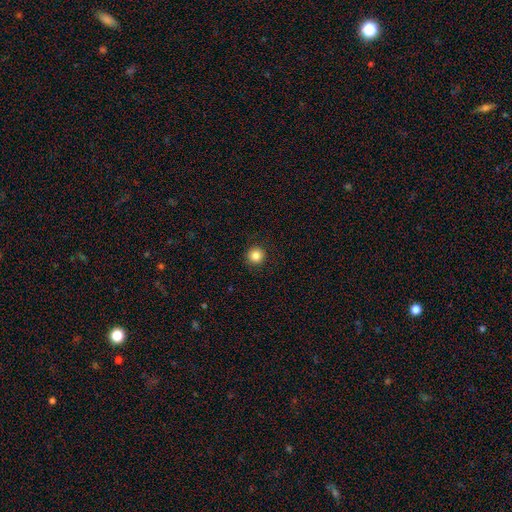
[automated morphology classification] This appears to be a smooth galaxy with no disk features (85%) that is round (96%). Merging: none (92%).